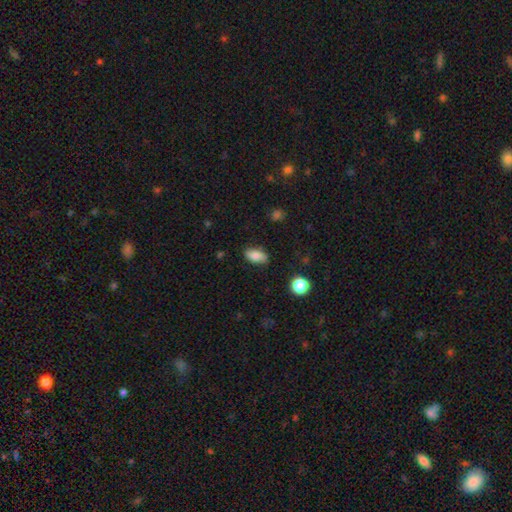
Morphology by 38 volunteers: Smooth or featured?
  - smooth: 79% *
  - featured or disk: 13%
  - star or artifact: 8%
How rounded?
  - in between: 90% *
  - cigar-shaped: 7%
  - round: 3%
Merging?
  - none: 74% *
  - minor disturbance: 14%
  - major disturbance: 9%
  - merger: 3%